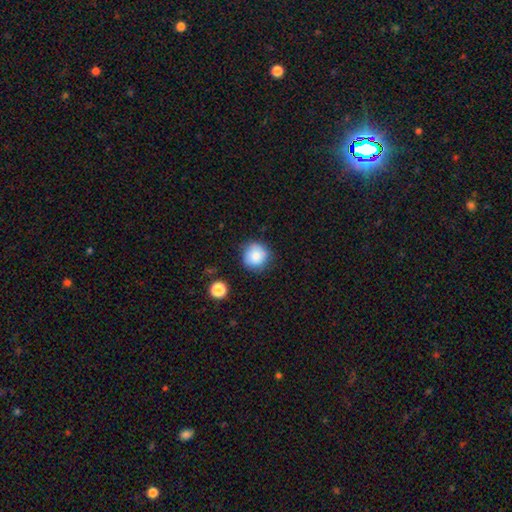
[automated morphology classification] type=smooth (82%); roundness=round (91%); merging=none (79%).